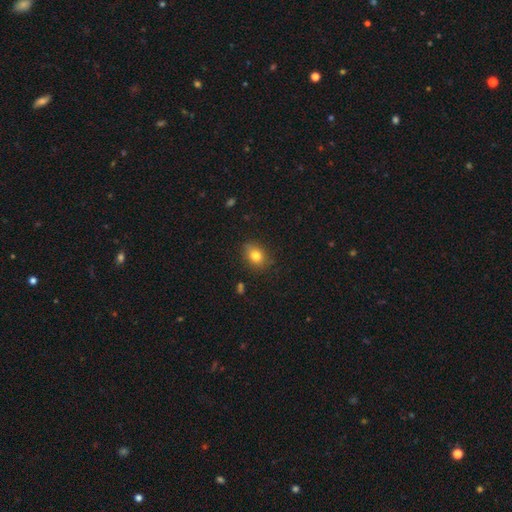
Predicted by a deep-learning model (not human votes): Smooth or featured?
  - smooth: 80% *
  - star or artifact: 10%
  - featured or disk: 9%
How rounded?
  - in between: 57% *
  - round: 41%
  - cigar-shaped: 1%
Merging?
  - none: 80% *
  - minor disturbance: 16%
  - major disturbance: 3%
  - merger: 2%